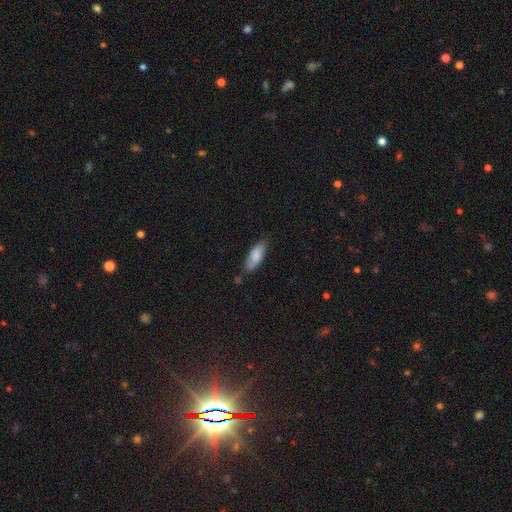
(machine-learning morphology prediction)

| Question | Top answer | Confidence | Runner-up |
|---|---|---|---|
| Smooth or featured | smooth | 80% | featured or disk (14%) |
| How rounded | in between | 73% | cigar-shaped (25%) |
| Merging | none | 74% | minor disturbance (19%) |